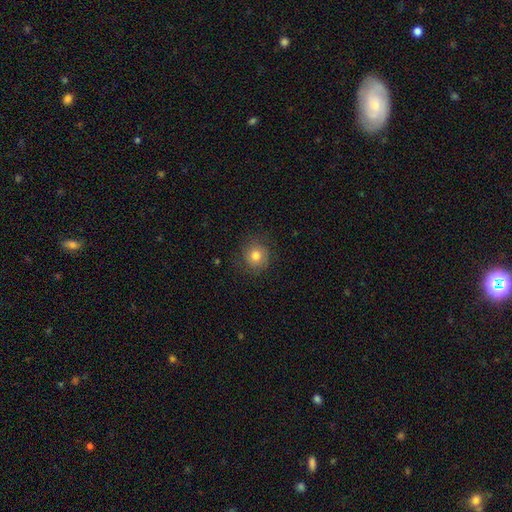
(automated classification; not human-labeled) Morphology: type=smooth (76%); roundness=round (87%); merging=none (80%).